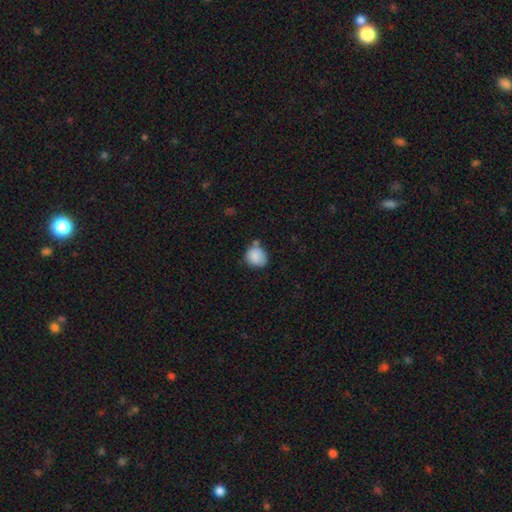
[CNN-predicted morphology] Smooth or featured? Predicted: smooth (p=0.86). How rounded? Predicted: round (p=0.76). Merging? Predicted: none (p=0.57).